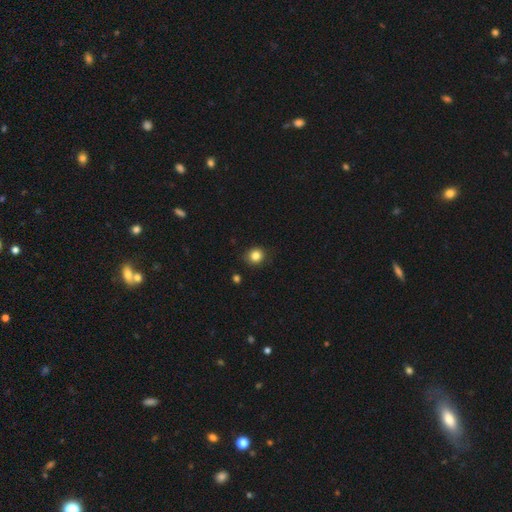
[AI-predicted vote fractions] A smooth galaxy with no disk features (83%) that is round (83%).

Vote fractions:
- Smooth or featured? smooth: 83% / star or artifact: 11% / featured or disk: 5%
- How rounded? round: 83% / in between: 16% / cigar-shaped: 1%
- Merging? none: 87% / minor disturbance: 10% / major disturbance: 2% / merger: 1%